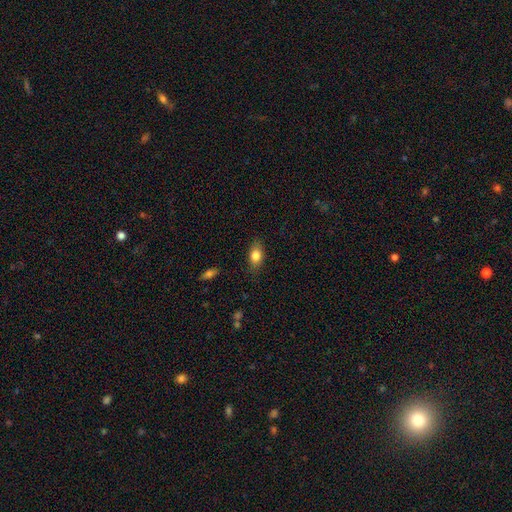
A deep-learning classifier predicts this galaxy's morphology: Smooth or featured? smooth (81%)
How rounded? in between (82%)
Merging? none (82%)